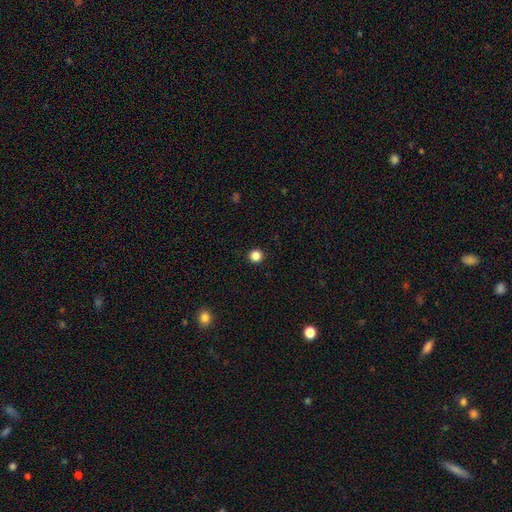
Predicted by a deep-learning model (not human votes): A smooth galaxy with no disk features (85%) that is round (95%).

Vote fractions:
- Smooth or featured? smooth: 85% / star or artifact: 12% / featured or disk: 3%
- How rounded? round: 95% / in between: 4% / cigar-shaped: 1%
- Merging? none: 94% / minor disturbance: 4% / major disturbance: 1% / merger: 1%